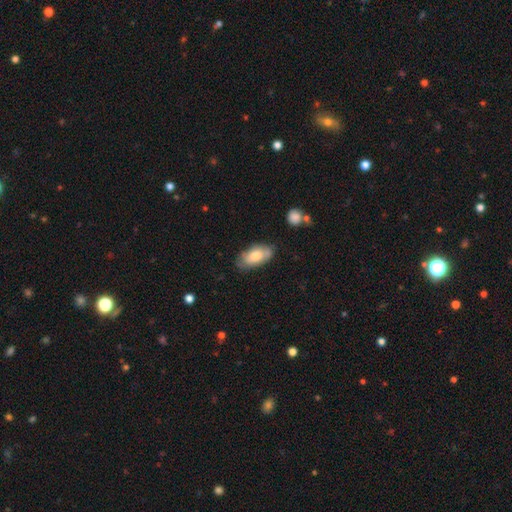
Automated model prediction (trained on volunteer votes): Smooth or featured? smooth (71%)
How rounded? in between (92%)
Merging? none (68%)